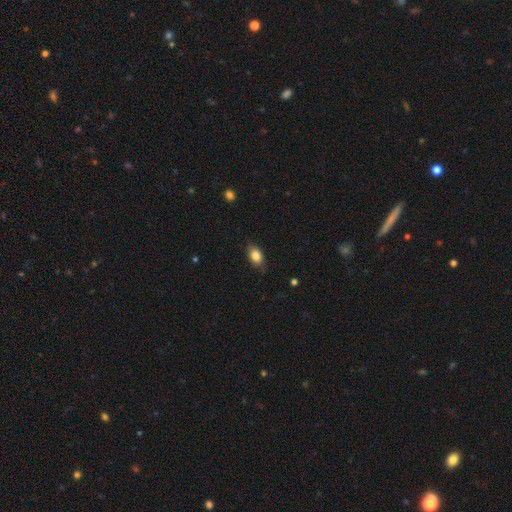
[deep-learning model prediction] smooth 82%, featured or disk 10%, star or artifact 8%. Down the decision tree: how rounded — in between (86%); merging — none (79%).